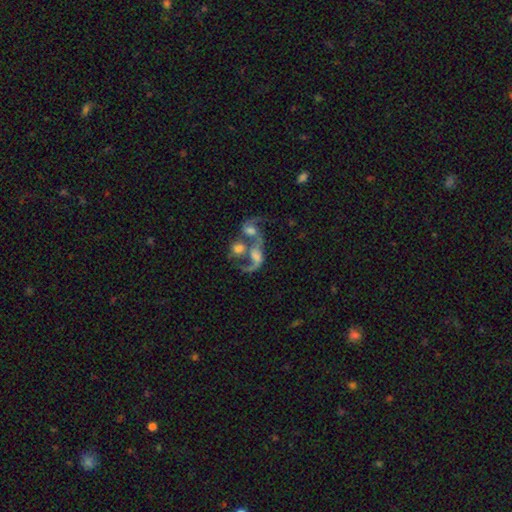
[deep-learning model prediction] Overall: featured or disk (66%). Edge-on disk: no (96%). Bar: no (69%). Spiral arms: yes (69%; no 31%). Bulge size: moderate (39%; none 23%). Merging: merger (72%).